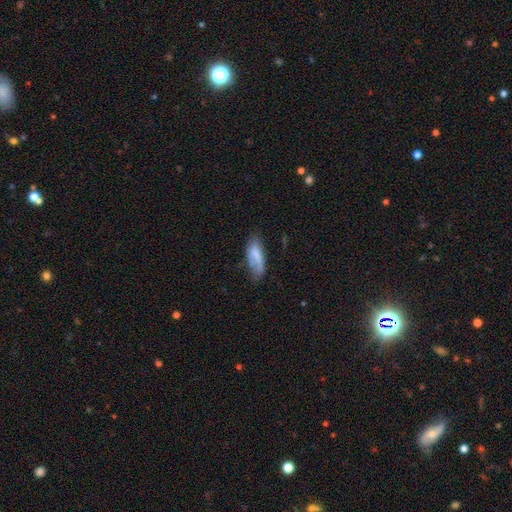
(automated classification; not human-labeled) Q: Smooth or featured?
A: smooth (65%); runner-up: featured or disk (27%)
Q: How rounded?
A: in between (74%); runner-up: cigar-shaped (24%)
Q: Merging?
A: none (43%); runner-up: minor disturbance (34%)